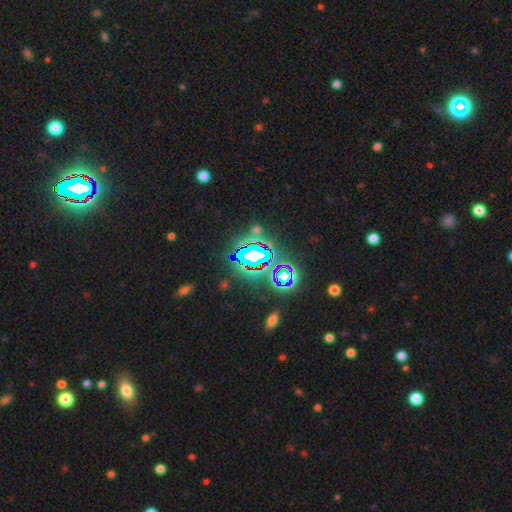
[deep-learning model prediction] Smooth or featured?
  - star or artifact: 81% *
  - smooth: 11%
  - featured or disk: 8%